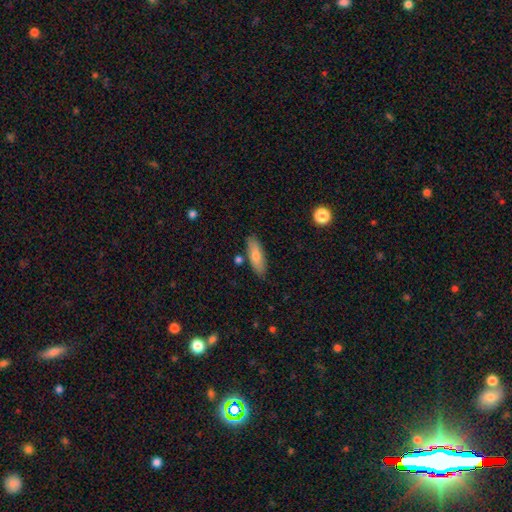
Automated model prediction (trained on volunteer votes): Overall: smooth (73%). How rounded: in between (59%; cigar-shaped 39%). Merging: none (83%).